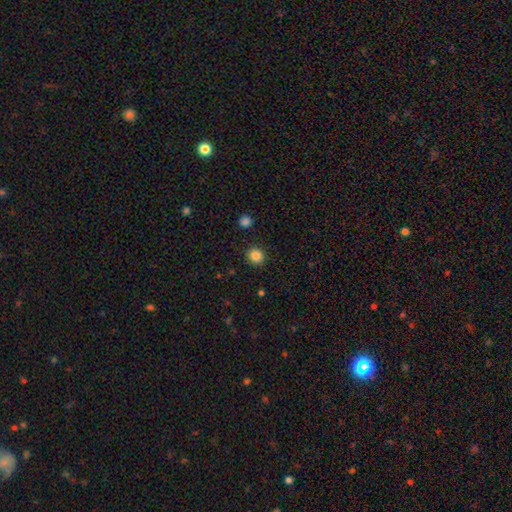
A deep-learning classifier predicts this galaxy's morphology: The model was most divided on "smooth or featured": smooth: 85%, star or artifact: 11%, featured or disk: 4%. More confident: merging — none (91%); how rounded — round (90%).